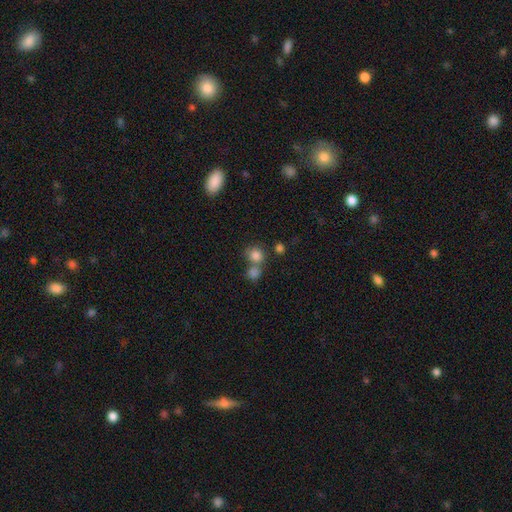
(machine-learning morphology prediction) type=smooth (81%); roundness=round (83%); merging=none (50%).